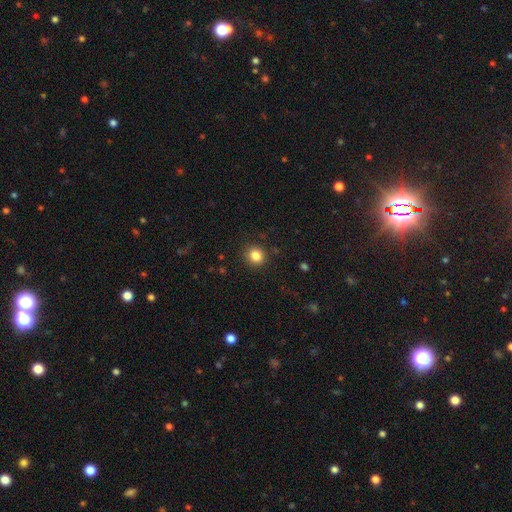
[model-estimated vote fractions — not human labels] Smooth or featured? Predicted: smooth (p=0.84). How rounded? Predicted: round (p=0.86). Merging? Predicted: none (p=0.90).